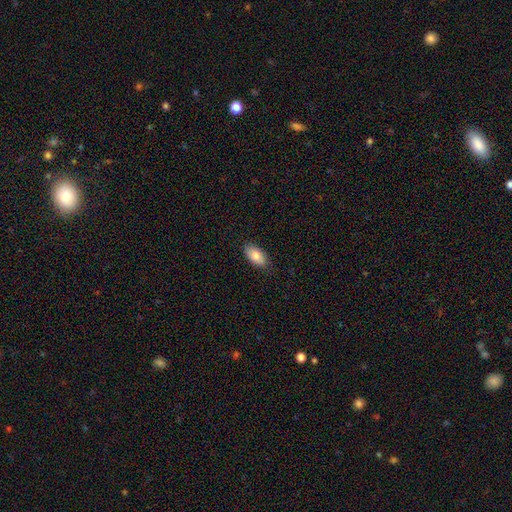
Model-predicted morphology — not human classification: Smooth or featured? smooth (80%)
How rounded? in between (93%)
Merging? none (86%)